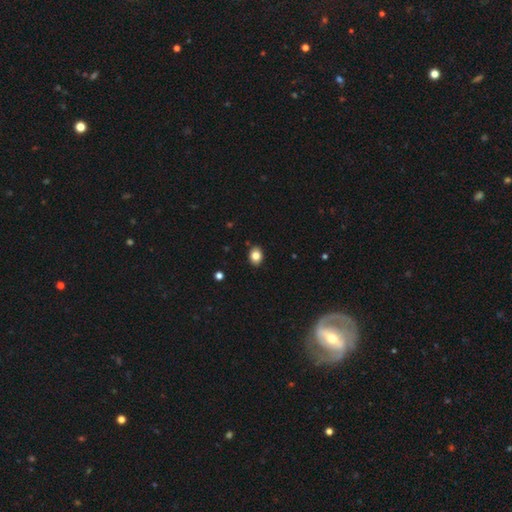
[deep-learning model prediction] Smooth or featured? smooth (84%)
How rounded? in between (65%)
Merging? none (89%)